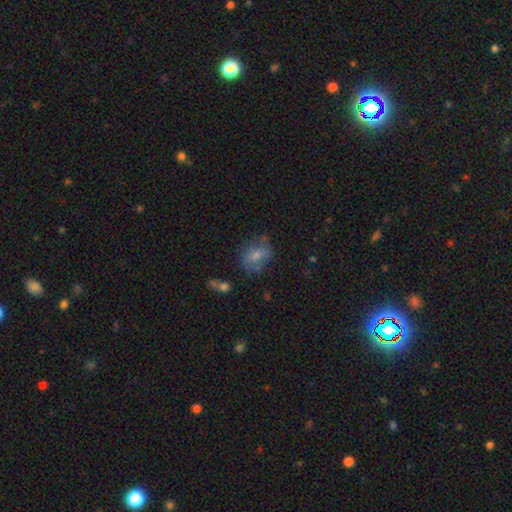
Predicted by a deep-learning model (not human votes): smooth-or-featured: smooth: 65% | featured or disk: 26% | star or artifact: 9%
  how-rounded: in between: 63% | round: 35% | cigar-shaped: 2%
  merging: none: 56% | minor disturbance: 25% | major disturbance: 14% | merger: 4%